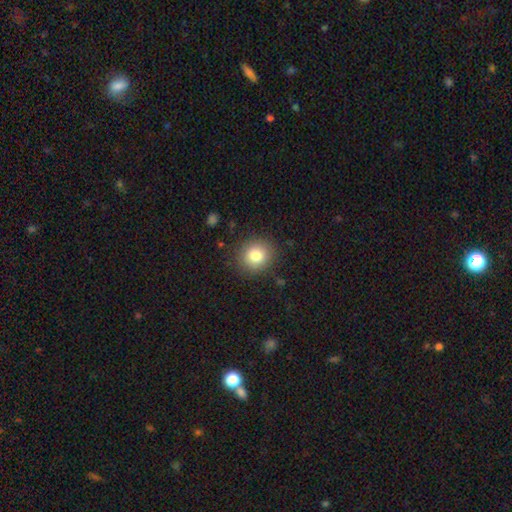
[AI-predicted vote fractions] Smooth or featured?
  - smooth: 81% *
  - star or artifact: 11%
  - featured or disk: 9%
How rounded?
  - round: 85% *
  - in between: 15%
  - cigar-shaped: 1%
Merging?
  - none: 87% *
  - minor disturbance: 8%
  - major disturbance: 3%
  - merger: 1%